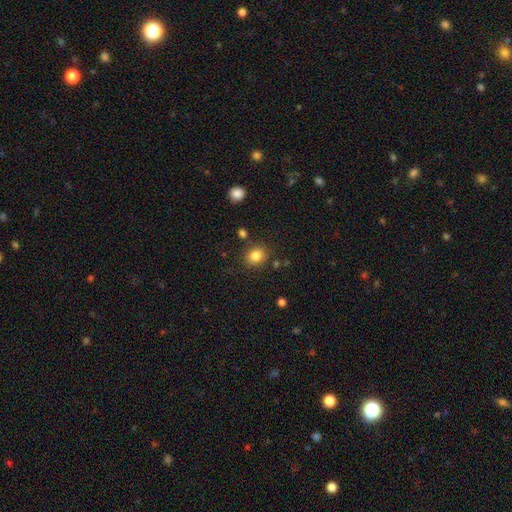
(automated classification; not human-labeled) Smooth or featured? Predicted: smooth (p=0.84). How rounded? Predicted: round (p=0.71). Merging? Predicted: none (p=0.82).